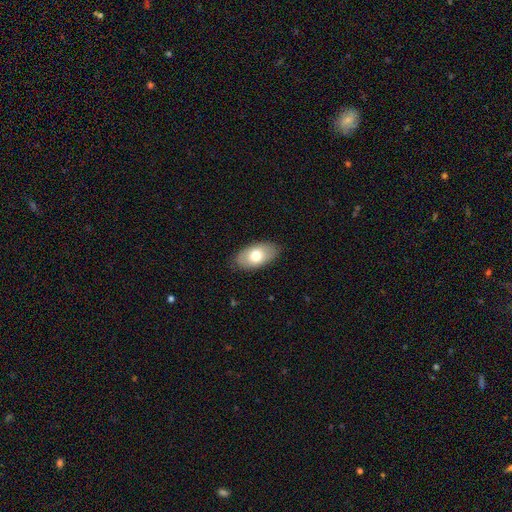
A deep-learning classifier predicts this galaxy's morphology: A smooth galaxy with no disk features (71%) that is in between round and cigar-shaped (94%). Merging: none (85%).